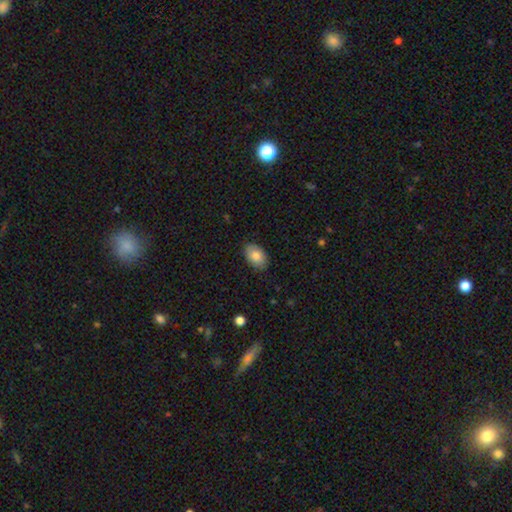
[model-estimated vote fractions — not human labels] smooth 83%, featured or disk 10%, star or artifact 7%. Down the decision tree: how rounded — in between (90%); merging — none (86%).